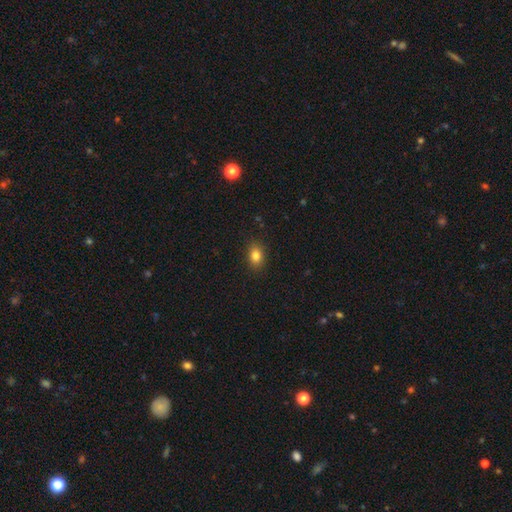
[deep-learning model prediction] Smooth or featured: smooth — 83% (star or artifact — 11%)
How rounded: in between — 76% (round — 22%)
Merging: none — 88% (minor disturbance — 9%)